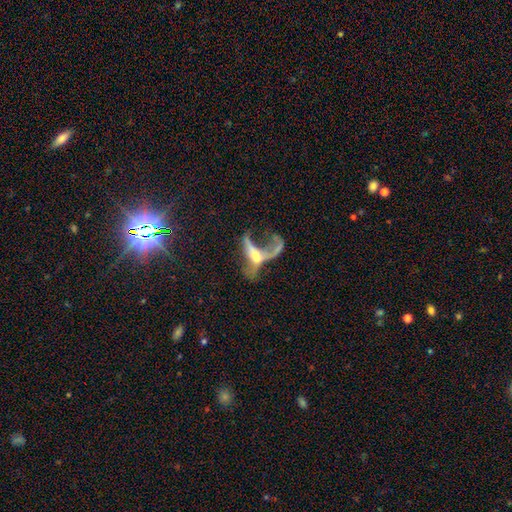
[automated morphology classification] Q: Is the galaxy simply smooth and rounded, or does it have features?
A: featured or disk — 62%.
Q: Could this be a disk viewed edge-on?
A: no — 72%.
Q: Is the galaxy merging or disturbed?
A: major disturbance — 48%.